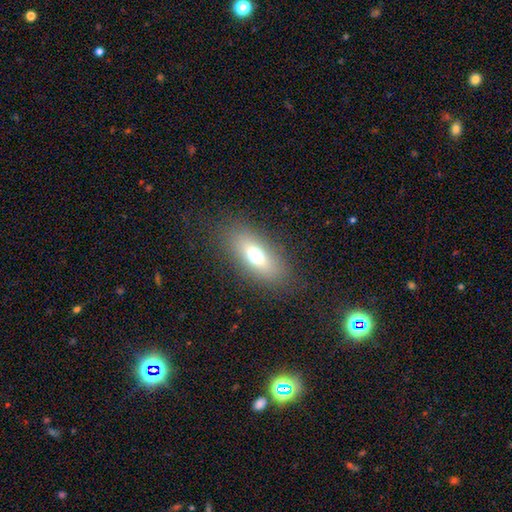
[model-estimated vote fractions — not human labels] Smooth or featured? smooth (65%)
How rounded? in between (76%)
Merging? none (83%)